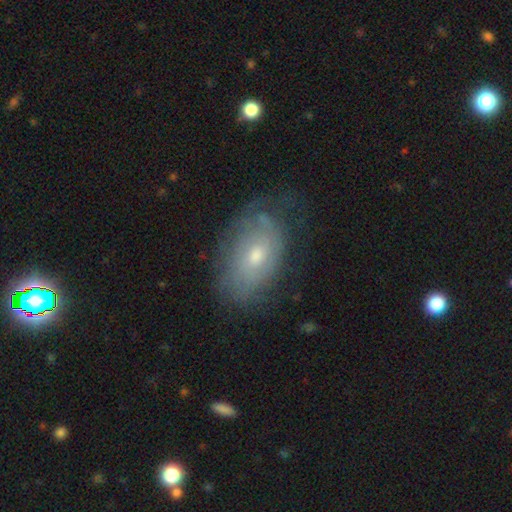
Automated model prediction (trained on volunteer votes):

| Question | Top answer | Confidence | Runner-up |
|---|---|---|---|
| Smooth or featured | featured or disk | 54% | smooth (37%) |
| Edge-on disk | no | 92% | yes (8%) |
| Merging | none | 61% | minor disturbance (26%) |